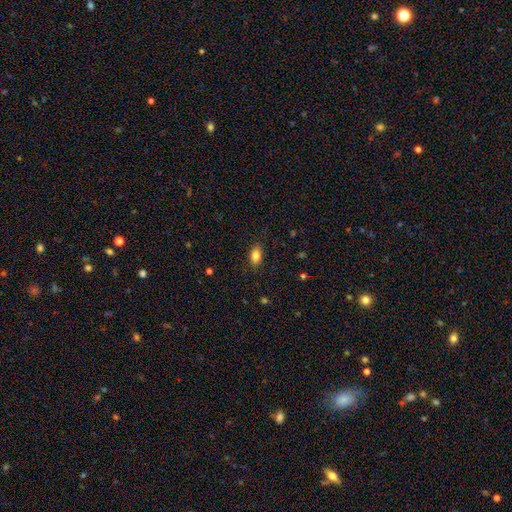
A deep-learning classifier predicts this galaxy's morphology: Overall: smooth (82%). How rounded: in between (88%). Merging: none (85%).